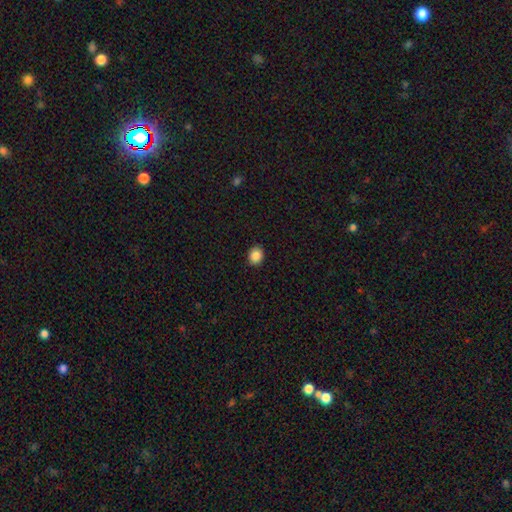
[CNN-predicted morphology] Overall: smooth (87%). How rounded: round (65%; in between 34%). Merging: none (90%).